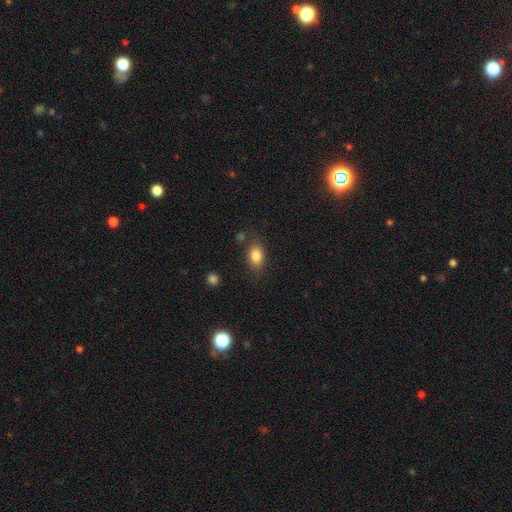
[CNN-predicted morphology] Smooth or featured?
  - smooth: 84% *
  - star or artifact: 9%
  - featured or disk: 8%
How rounded?
  - in between: 84% *
  - round: 14%
  - cigar-shaped: 2%
Merging?
  - none: 79% *
  - minor disturbance: 14%
  - major disturbance: 4%
  - merger: 3%